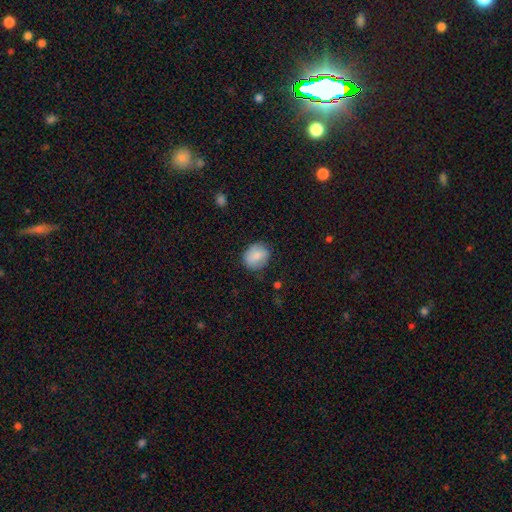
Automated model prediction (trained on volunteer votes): Smooth or featured: smooth — 77% (featured or disk — 16%)
How rounded: round — 61% (in between — 38%)
Merging: none — 79% (minor disturbance — 16%)